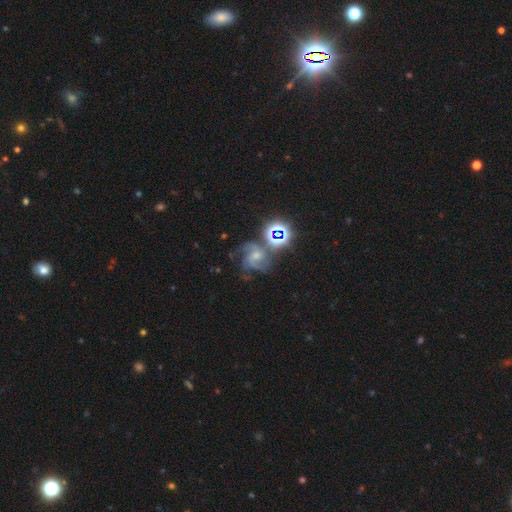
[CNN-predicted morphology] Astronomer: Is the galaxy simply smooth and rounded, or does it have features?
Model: featured or disk — 63%.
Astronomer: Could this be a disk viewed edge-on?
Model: no — 97%.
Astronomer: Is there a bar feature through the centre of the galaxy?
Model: no — 58%.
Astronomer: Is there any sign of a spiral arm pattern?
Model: yes — 95%.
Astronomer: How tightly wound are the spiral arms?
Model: medium — 51% (runner-up: tight, 35%).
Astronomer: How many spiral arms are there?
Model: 3 — 41% (runner-up: 2, 18%).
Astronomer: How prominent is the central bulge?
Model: small — 49% (runner-up: moderate, 41%).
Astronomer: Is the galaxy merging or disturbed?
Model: none — 59%.